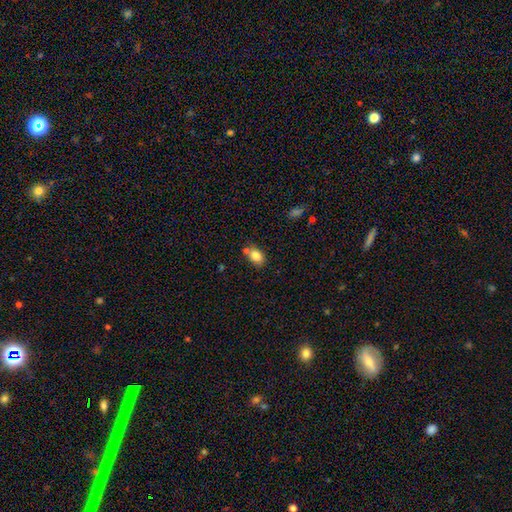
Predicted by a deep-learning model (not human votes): smooth_or_featured: smooth (p=0.83) [alt: star or artifact p=0.09]
how_rounded: in between (p=0.79) [alt: round p=0.19]
merging: none (p=0.62) [alt: merger p=0.18]